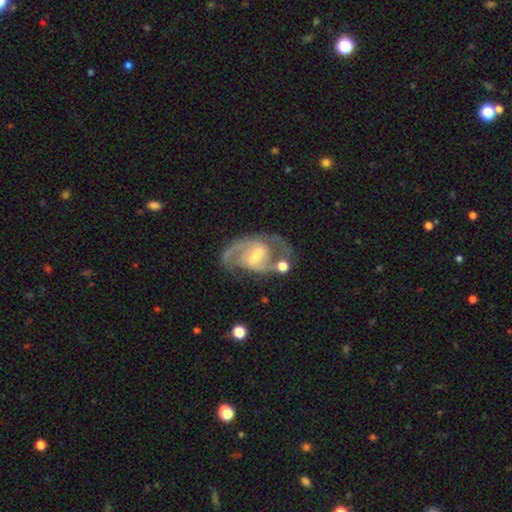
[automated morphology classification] type=featured or disk (88%); edge-on=no (97%); bar=weak (52%); spiral arms=yes (96%); winding=medium (60%); arm count=2 (90%); bulge=small (45%); merging=none (63%).